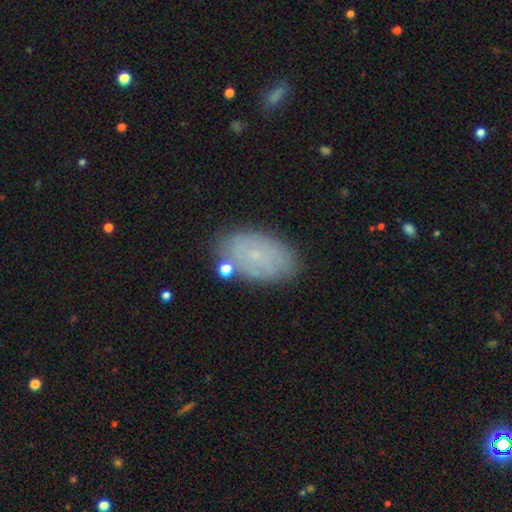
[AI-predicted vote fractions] The model was most divided on "smooth or featured": smooth: 47%, featured or disk: 41%, star or artifact: 12%. More confident: merging — none (78%).